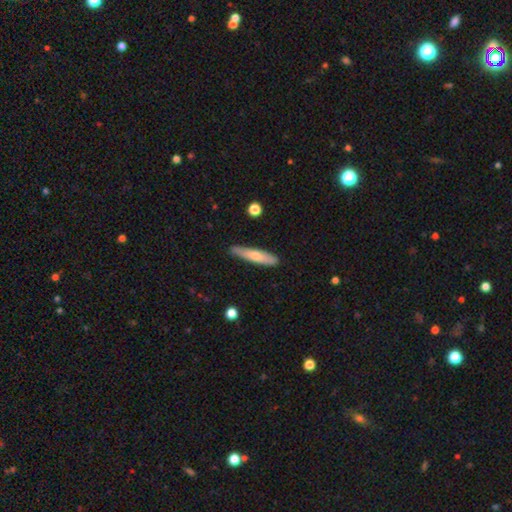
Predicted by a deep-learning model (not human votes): Smooth or featured? Predicted: smooth (p=0.59). How rounded? Predicted: cigar-shaped (p=0.88). Merging? Predicted: none (p=0.86).